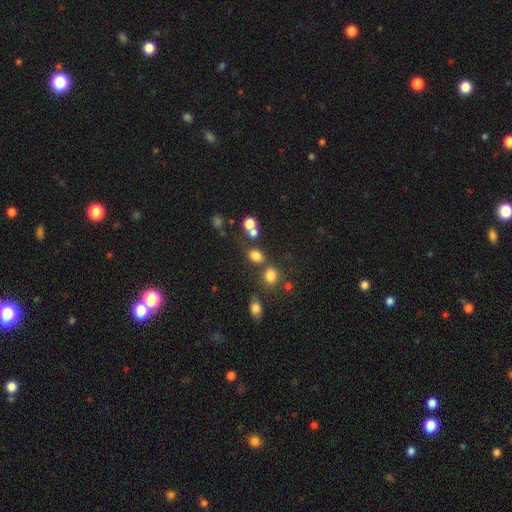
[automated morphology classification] Overall: smooth (77%). How rounded: in between (56%; round 43%). Merging: none (59%; merger 22%).